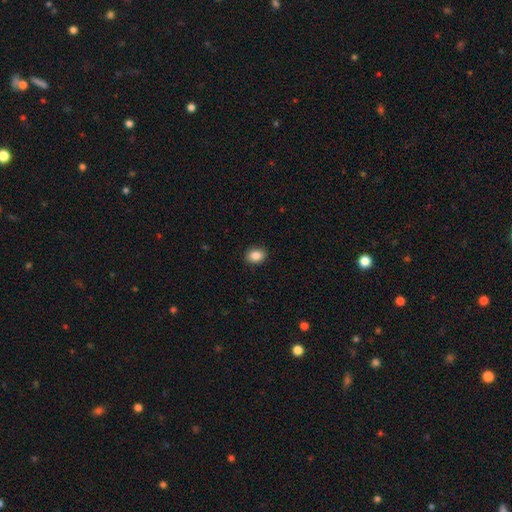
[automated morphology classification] The model was most divided on "how rounded": in between: 63%, round: 36%, cigar-shaped: 1%. More confident: merging — none (90%); smooth or featured — smooth (86%).